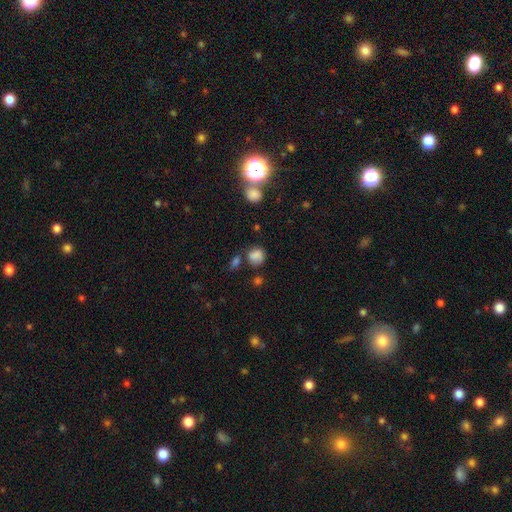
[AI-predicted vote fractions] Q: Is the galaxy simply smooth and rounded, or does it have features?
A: smooth — 80%.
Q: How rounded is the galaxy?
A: round — 72%.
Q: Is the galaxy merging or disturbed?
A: none — 64%.